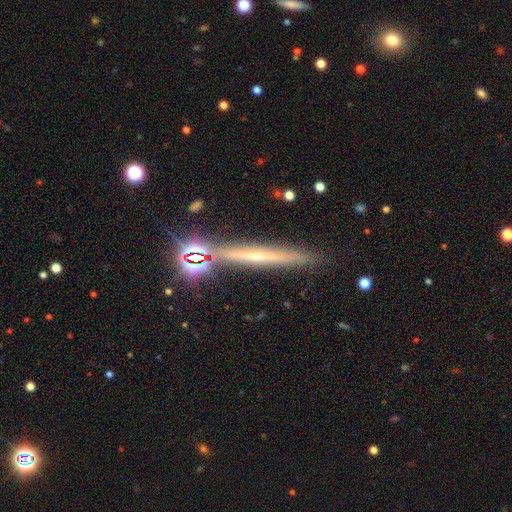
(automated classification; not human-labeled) featured or disk 63%, smooth 24%, star or artifact 14%. Down the decision tree: edge-on disk — yes (96%); edge-on bulge — none (55%); merging — none (85%).